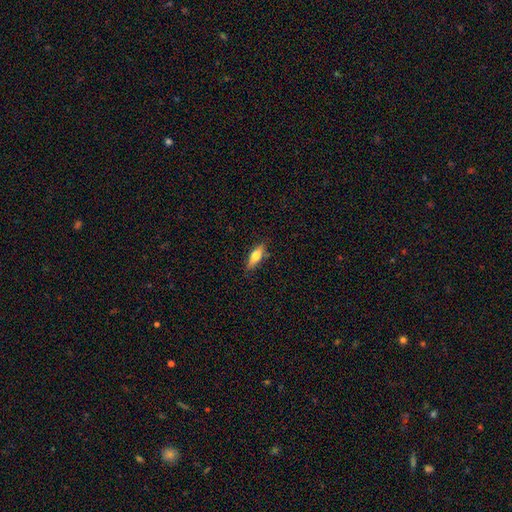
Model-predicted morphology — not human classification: Q: Smooth or featured?
A: smooth (69%); runner-up: featured or disk (25%)
Q: How rounded?
A: in between (63%); runner-up: cigar-shaped (34%)
Q: Merging?
A: none (79%); runner-up: minor disturbance (16%)